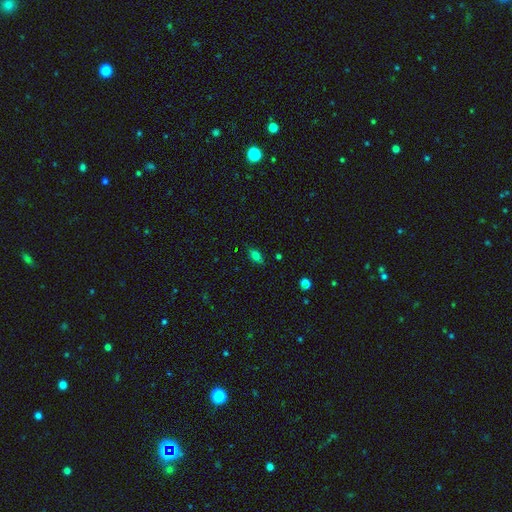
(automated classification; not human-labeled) smooth 72%, star or artifact 15%, featured or disk 13%. Down the decision tree: how rounded — in between (82%); merging — none (81%).